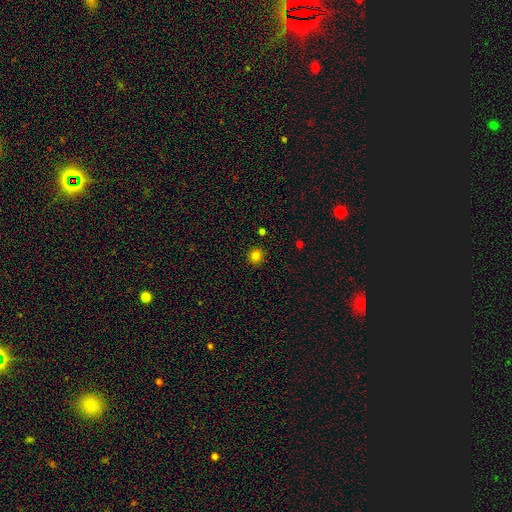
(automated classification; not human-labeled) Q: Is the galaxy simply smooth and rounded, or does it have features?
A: smooth — 82%.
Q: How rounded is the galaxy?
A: round — 90%.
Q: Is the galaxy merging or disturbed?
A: none — 90%.